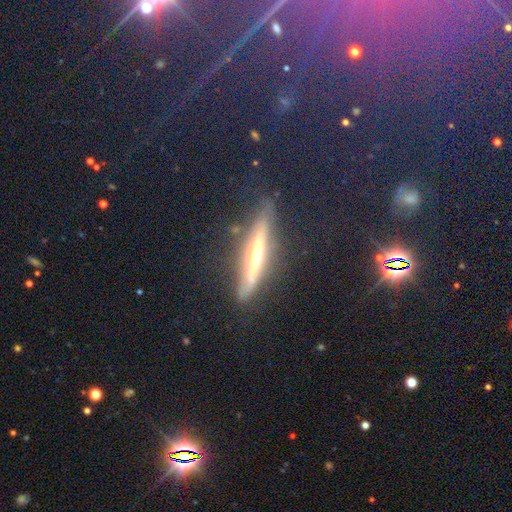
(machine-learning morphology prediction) Smooth or featured? Predicted: featured or disk (p=0.49). Merging? Predicted: none (p=0.85).